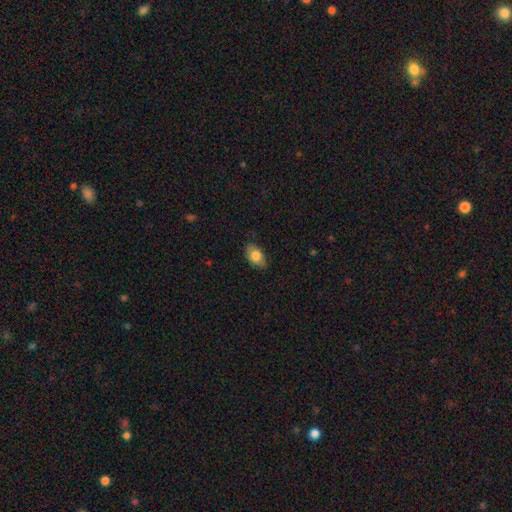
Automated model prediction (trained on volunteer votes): The model was most divided on "merging": none: 80%, minor disturbance: 16%, major disturbance: 3%, merger: 1%. More confident: how rounded — in between (90%); smooth or featured — smooth (80%).